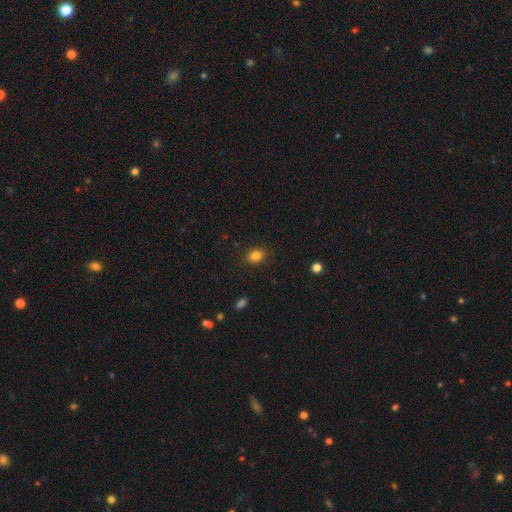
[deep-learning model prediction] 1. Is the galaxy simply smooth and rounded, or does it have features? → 83% smooth, 11% star or artifact, 5% featured or disk.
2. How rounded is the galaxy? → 59% in between, 39% round, 1% cigar-shaped.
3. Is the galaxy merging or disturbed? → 88% none, 9% minor disturbance, 3% major disturbance, 1% merger.